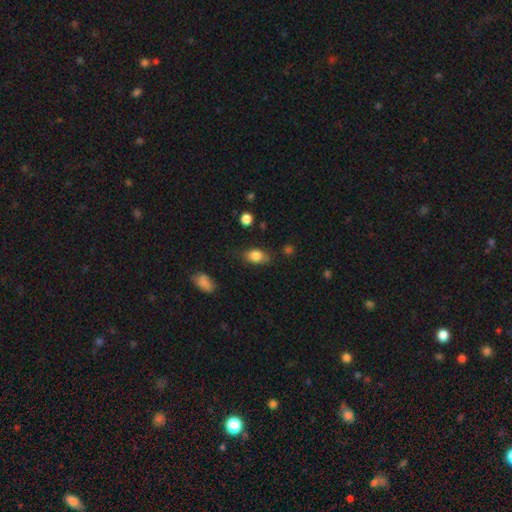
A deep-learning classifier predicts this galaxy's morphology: Overall: smooth (82%). How rounded: in between (81%). Merging: none (72%).